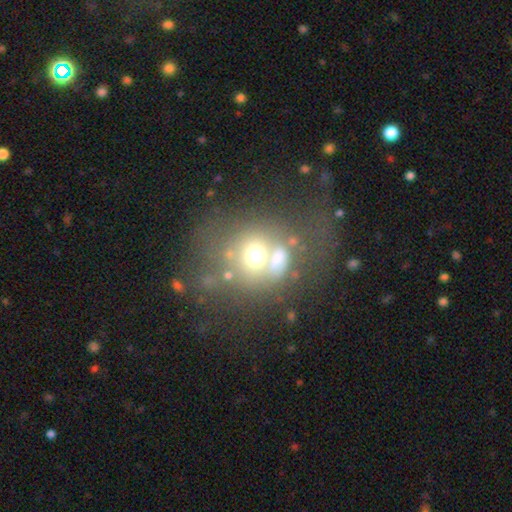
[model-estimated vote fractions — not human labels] This appears to be a smooth galaxy with no disk features (56%) that is round (72%). Merging: merger (38%).